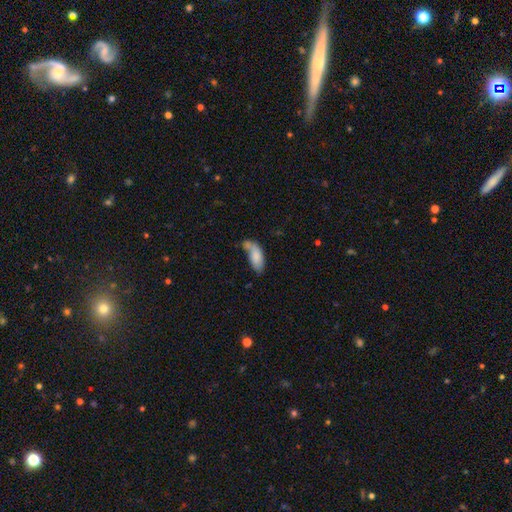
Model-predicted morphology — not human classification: Smooth or featured?
  - smooth: 80% *
  - featured or disk: 12%
  - star or artifact: 7%
How rounded?
  - in between: 84% *
  - cigar-shaped: 14%
  - round: 2%
Merging?
  - none: 35% *
  - merger: 28%
  - minor disturbance: 24%
  - major disturbance: 13%